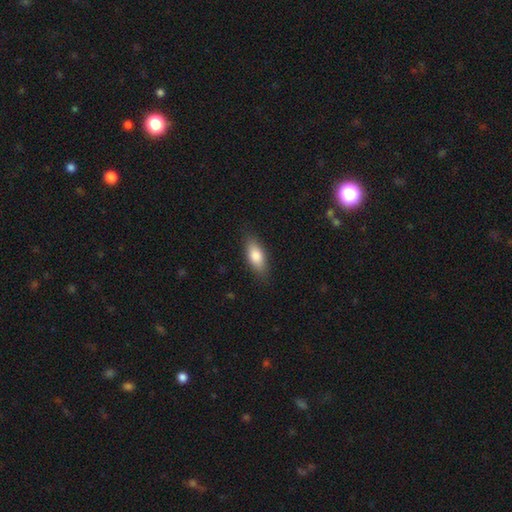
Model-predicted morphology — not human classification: Overall: smooth (80%). How rounded: in between (79%). Merging: none (85%).